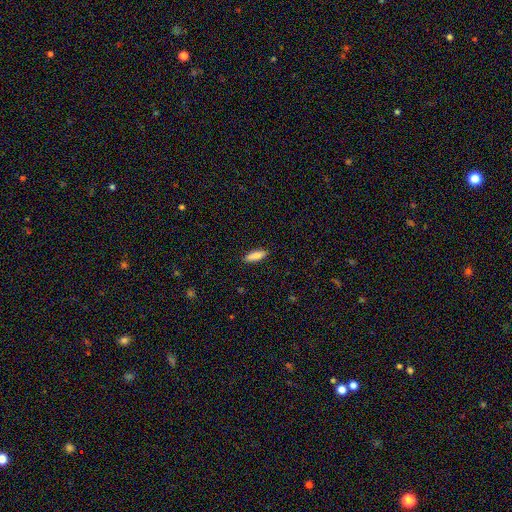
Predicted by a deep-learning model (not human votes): A smooth galaxy with no disk features (87%) that is in between round and cigar-shaped (56%). Merging: none (89%).